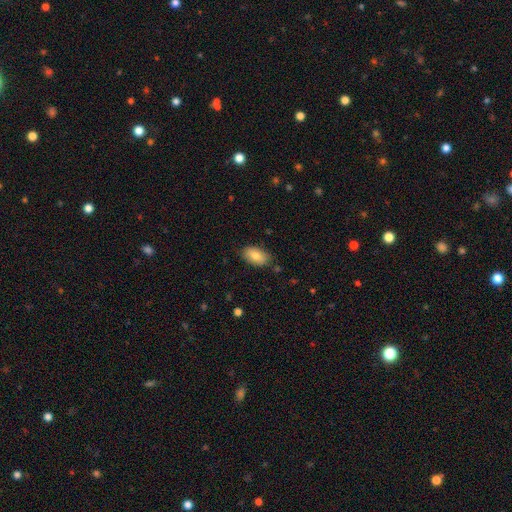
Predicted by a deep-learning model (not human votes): Q: Smooth or featured?
A: smooth (84%); runner-up: featured or disk (10%)
Q: How rounded?
A: in between (94%); runner-up: round (4%)
Q: Merging?
A: none (83%); runner-up: minor disturbance (13%)